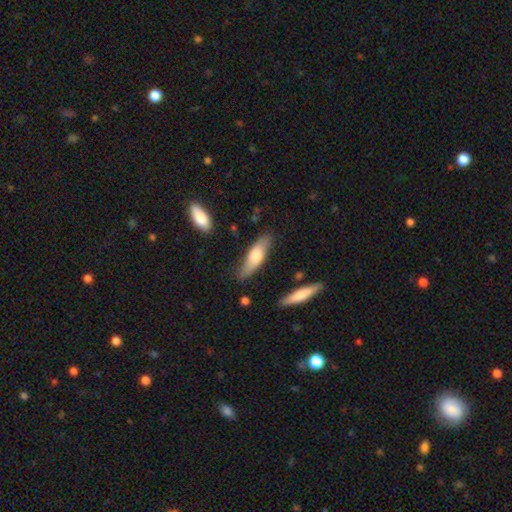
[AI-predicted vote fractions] This is likely a smooth galaxy (64%). How rounded: possibly cigar-shaped (52%). Merging: likely none (79%).